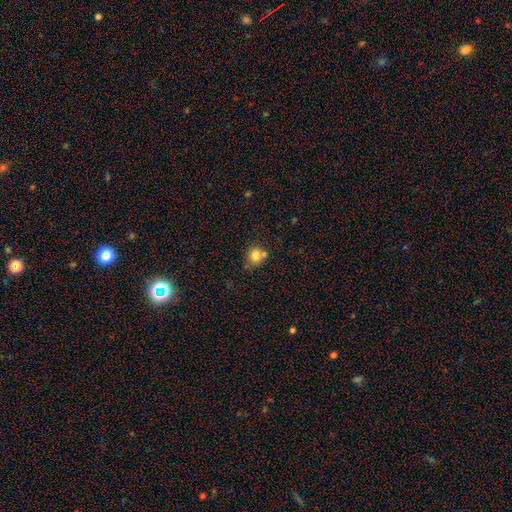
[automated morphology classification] Overall: smooth (80%). How rounded: round (81%). Merging: none (61%; merger 24%).